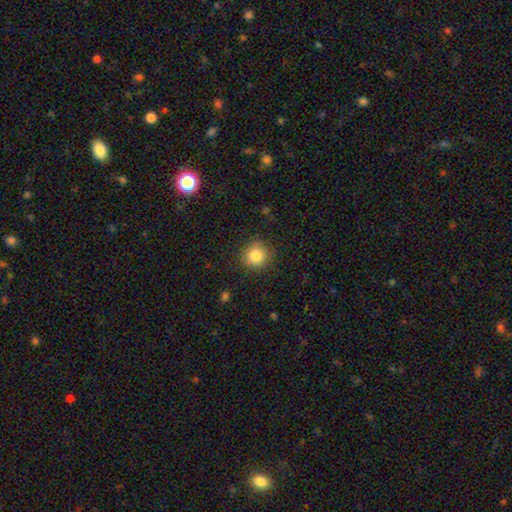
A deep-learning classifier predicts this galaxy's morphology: Smooth or featured: smooth — 84% (star or artifact — 10%)
How rounded: round — 92% (in between — 7%)
Merging: none — 87% (minor disturbance — 9%)